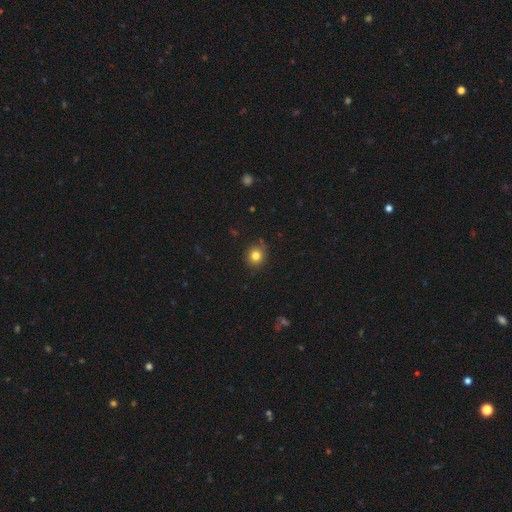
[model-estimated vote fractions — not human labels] The model was most divided on "smooth or featured": smooth: 81%, star or artifact: 13%, featured or disk: 7%. More confident: how rounded — round (85%); merging — none (83%).